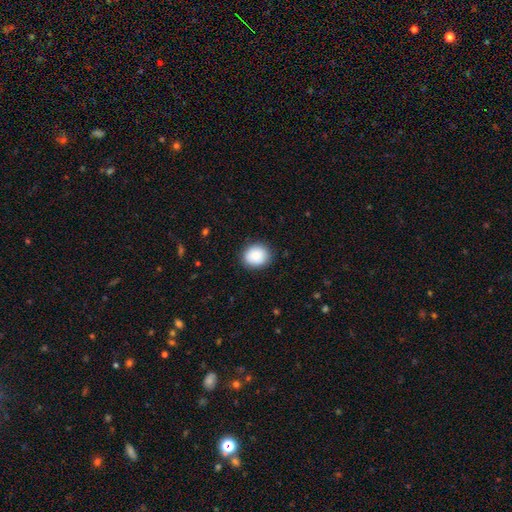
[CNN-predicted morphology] The model was most divided on "how rounded": round: 74%, in between: 25%, cigar-shaped: 1%. More confident: merging — none (88%); smooth or featured — smooth (87%).